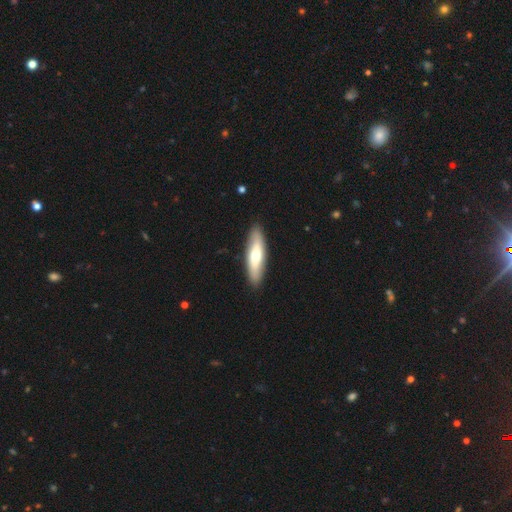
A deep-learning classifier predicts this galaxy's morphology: type=smooth (58%); roundness=cigar-shaped (58%); merging=none (90%).